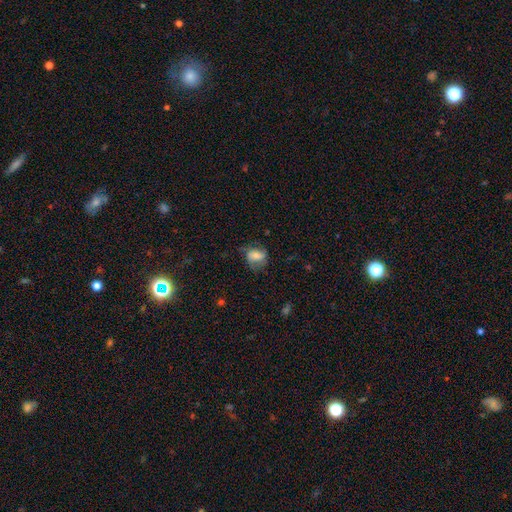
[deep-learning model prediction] Morphology: type=smooth (57%); roundness=in between (57%); merging=none (53%).